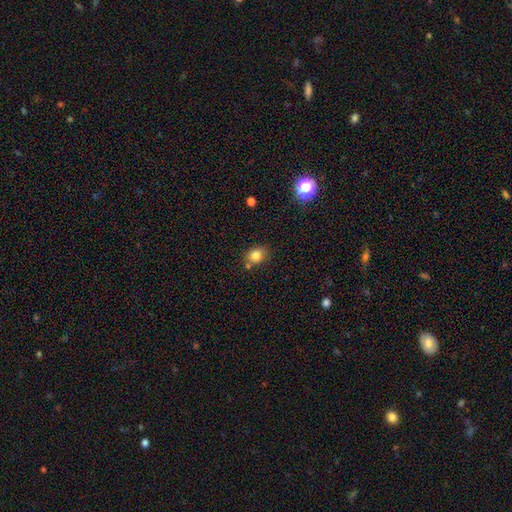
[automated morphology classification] Smooth or featured? smooth (80%)
How rounded? round (56%)
Merging? none (73%)